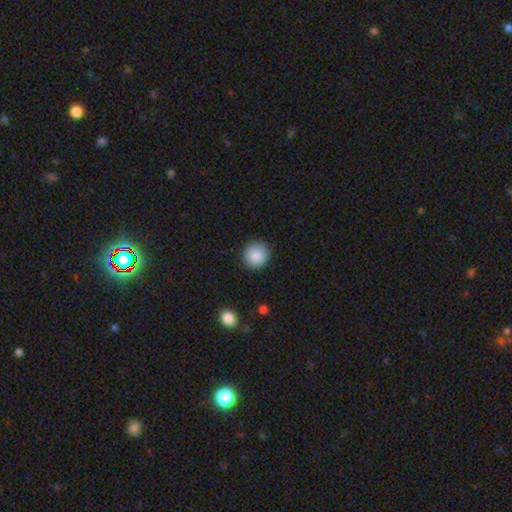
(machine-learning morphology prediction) This is clearly a smooth galaxy (88%). How rounded: clearly round (93%). Merging: clearly none (90%).